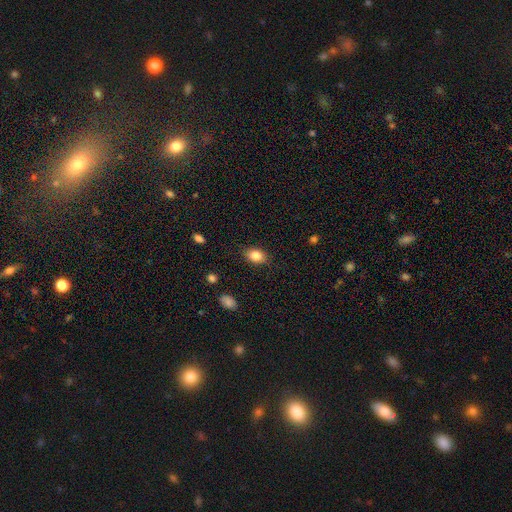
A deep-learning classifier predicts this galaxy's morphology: Smooth or featured: smooth — 84% (star or artifact — 9%)
How rounded: in between — 81% (round — 17%)
Merging: none — 84% (minor disturbance — 12%)